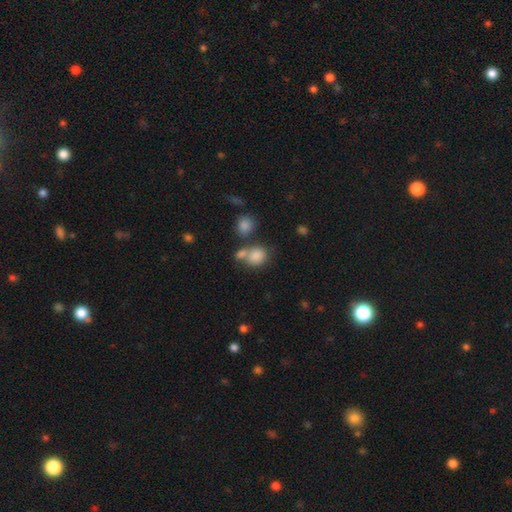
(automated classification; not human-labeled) A smooth galaxy with no disk features (82%) that is round (59%). Merging: none (43%).